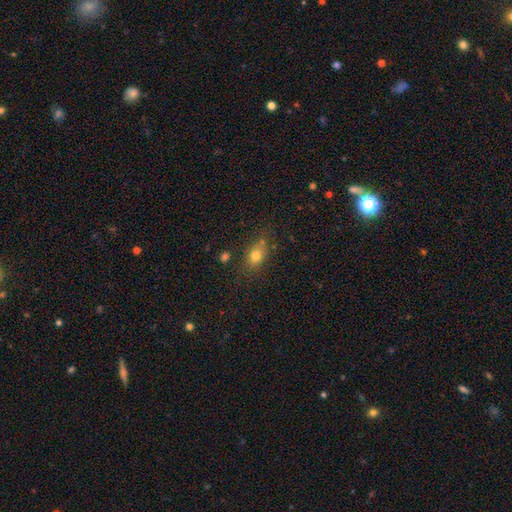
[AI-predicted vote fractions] This is likely a smooth galaxy (76%). How rounded: likely in between (61%). Merging: likely none (68%).